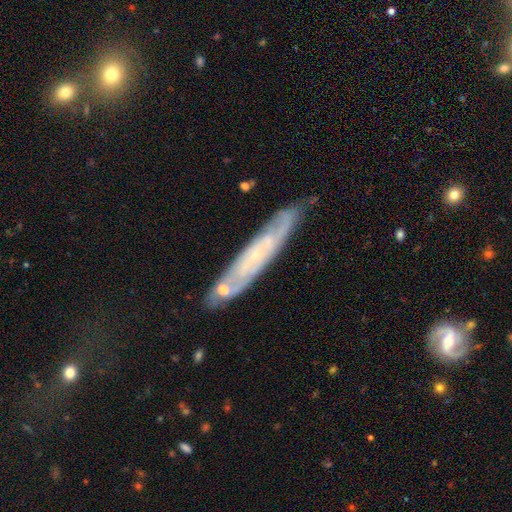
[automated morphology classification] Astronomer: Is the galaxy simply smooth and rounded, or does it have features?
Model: featured or disk — 67%.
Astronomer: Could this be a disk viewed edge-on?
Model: yes — 54% (runner-up: no, 46%).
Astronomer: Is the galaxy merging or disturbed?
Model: none — 76%.